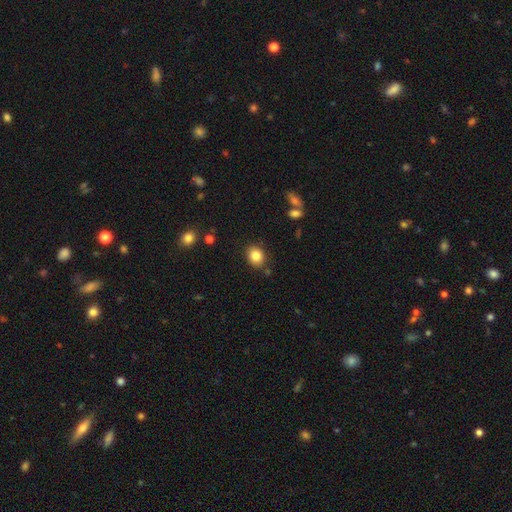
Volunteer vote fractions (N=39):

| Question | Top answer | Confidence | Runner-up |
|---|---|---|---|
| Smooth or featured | smooth | 87% | star or artifact (8%) |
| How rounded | round | 50% | tied: in between (50%) |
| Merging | none | 83% | minor disturbance (11%) |